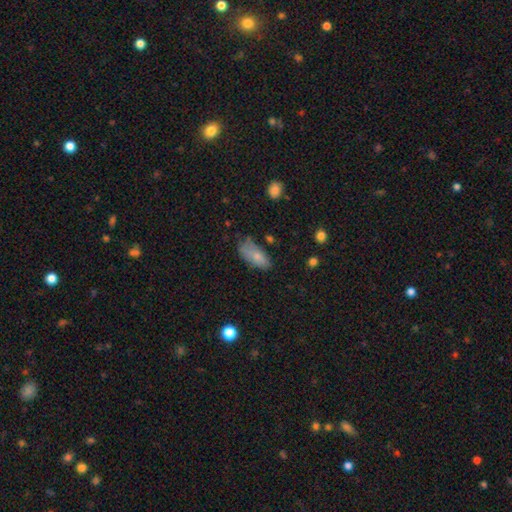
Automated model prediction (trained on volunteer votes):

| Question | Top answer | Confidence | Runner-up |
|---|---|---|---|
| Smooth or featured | smooth | 76% | featured or disk (16%) |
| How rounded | in between | 89% | cigar-shaped (9%) |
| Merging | none | 51% | minor disturbance (33%) |